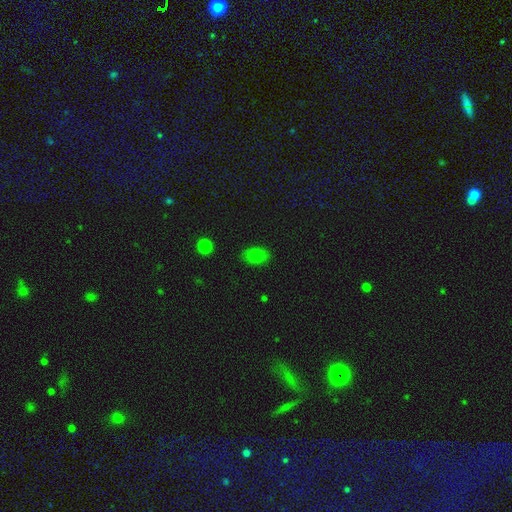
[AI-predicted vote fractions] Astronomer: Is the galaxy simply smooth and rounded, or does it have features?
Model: smooth — 79%.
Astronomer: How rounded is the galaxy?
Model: in between — 81%.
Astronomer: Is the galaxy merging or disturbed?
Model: none — 84%.